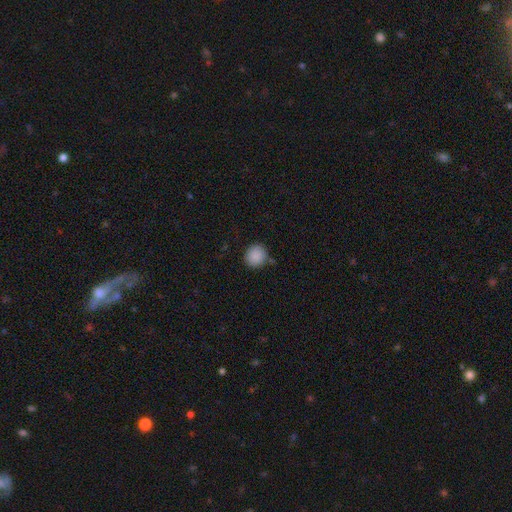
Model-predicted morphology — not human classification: Smooth or featured? smooth (89%)
How rounded? round (82%)
Merging? none (81%)